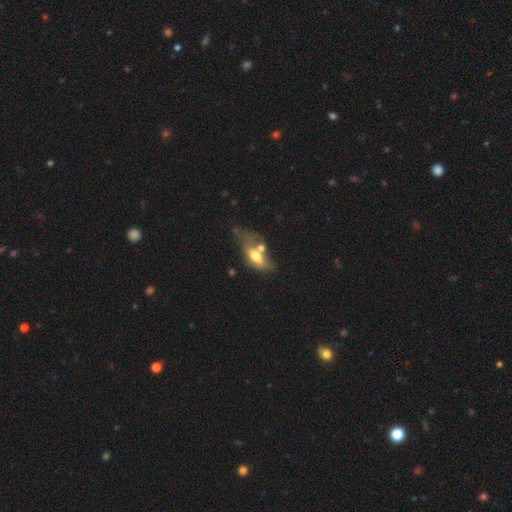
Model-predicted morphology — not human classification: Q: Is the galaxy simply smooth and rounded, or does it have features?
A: smooth — 57%.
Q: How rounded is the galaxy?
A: in between — 77%.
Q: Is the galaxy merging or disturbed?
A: merger — 39%.